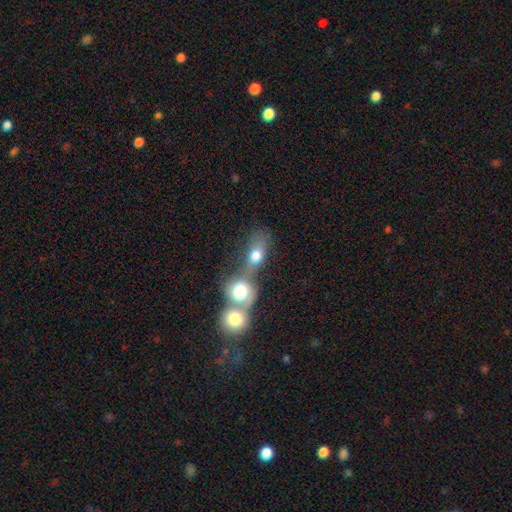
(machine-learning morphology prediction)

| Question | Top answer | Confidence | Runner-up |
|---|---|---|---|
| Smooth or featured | smooth | 70% | featured or disk (20%) |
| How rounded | in between | 53% | round (42%) |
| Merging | merger | 71% | none (17%) |